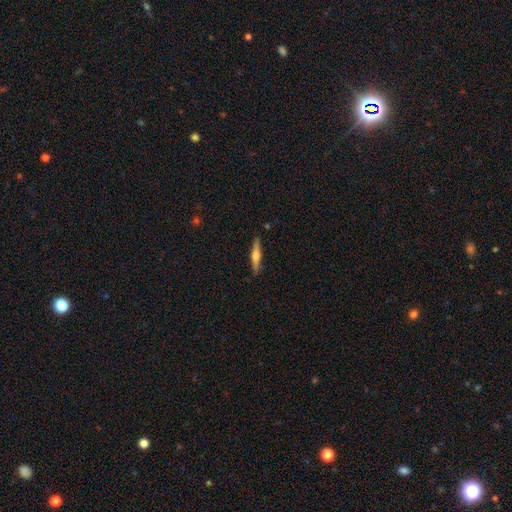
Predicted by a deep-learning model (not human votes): Smooth or featured?
  - featured or disk: 55% *
  - smooth: 39%
  - star or artifact: 6%
Edge-on disk?
  - yes: 97% *
  - no: 3%
Edge-on bulge?
  - rounded: 87% *
  - boxy: 7%
  - none: 6%
Merging?
  - none: 89% *
  - minor disturbance: 8%
  - major disturbance: 2%
  - merger: 1%